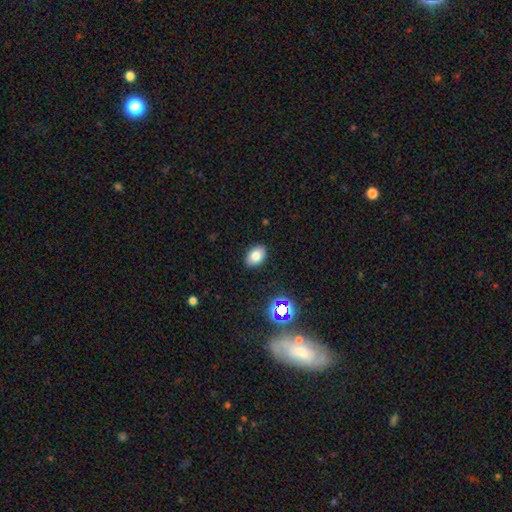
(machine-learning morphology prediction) Smooth or featured? smooth (78%)
How rounded? in between (84%)
Merging? none (88%)